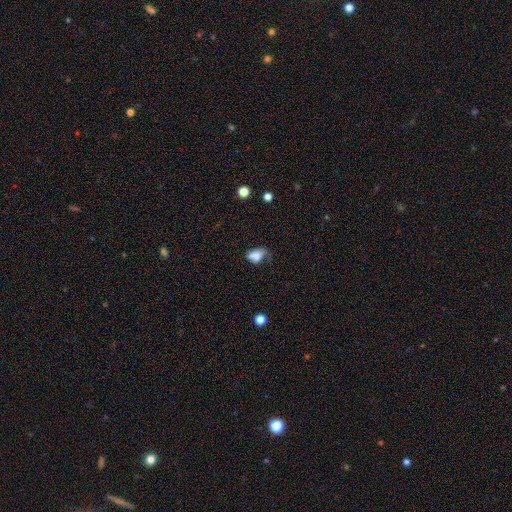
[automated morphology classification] type=smooth (78%); roundness=in between (85%); merging=minor disturbance (39%).